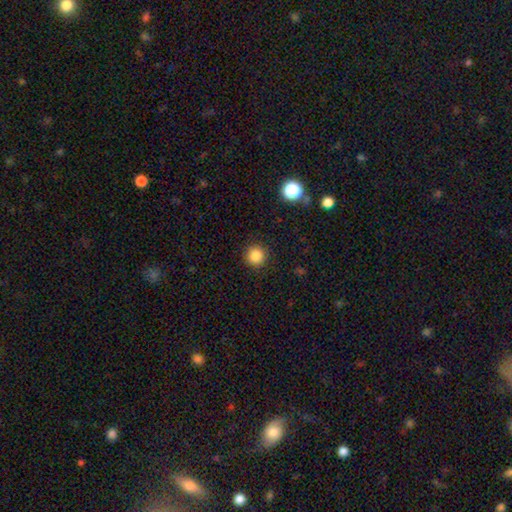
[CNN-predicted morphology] This is clearly a smooth galaxy (85%). How rounded: clearly round (95%). Merging: clearly none (91%).